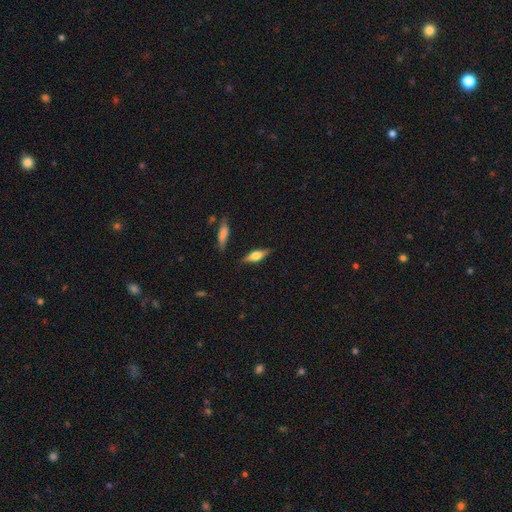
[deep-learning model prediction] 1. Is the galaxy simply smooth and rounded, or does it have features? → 56% featured or disk, 37% smooth, 7% star or artifact.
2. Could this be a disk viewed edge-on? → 94% yes, 6% no.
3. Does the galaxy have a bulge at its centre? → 88% rounded, 9% boxy, 2% none.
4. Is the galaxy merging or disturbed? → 82% none, 12% minor disturbance, 3% major disturbance, 3% merger.